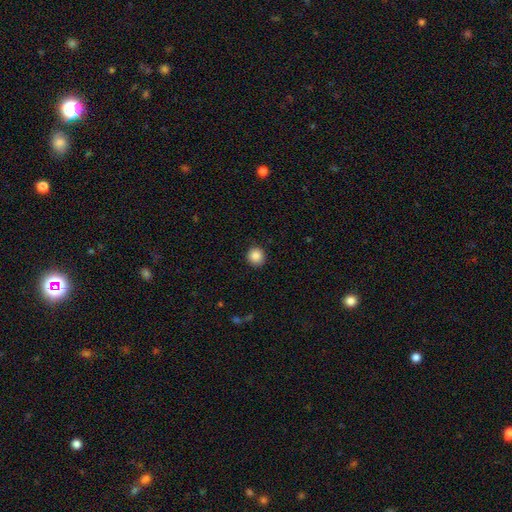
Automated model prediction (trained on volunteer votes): Smooth or featured: smooth — 87% (star or artifact — 9%)
How rounded: round — 91% (in between — 8%)
Merging: none — 90% (minor disturbance — 7%)